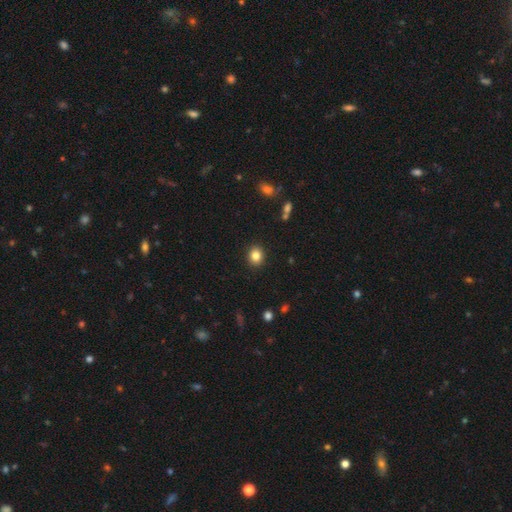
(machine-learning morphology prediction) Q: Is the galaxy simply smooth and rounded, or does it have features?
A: smooth — 84%.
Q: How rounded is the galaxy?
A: round — 75%.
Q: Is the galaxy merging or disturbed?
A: none — 91%.